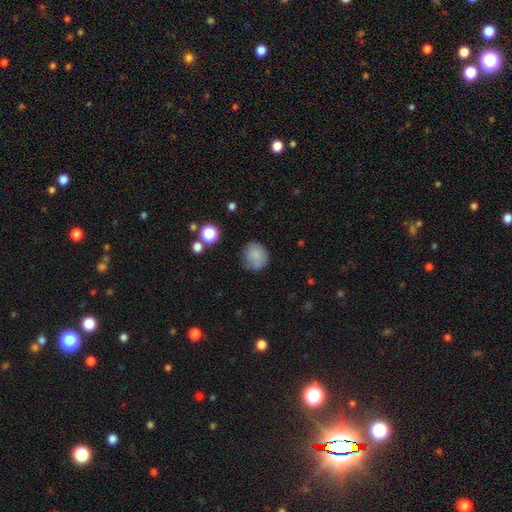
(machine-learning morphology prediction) A smooth galaxy with no disk features (81%) that is round (77%).

Vote fractions:
- Smooth or featured? smooth: 81% / star or artifact: 10% / featured or disk: 9%
- How rounded? round: 77% / in between: 22% / cigar-shaped: 1%
- Merging? none: 73% / minor disturbance: 19% / major disturbance: 5% / merger: 3%